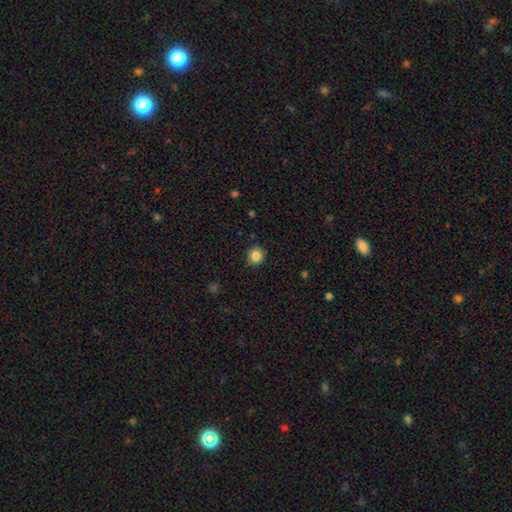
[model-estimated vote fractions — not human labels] Morphology: type=smooth (84%); roundness=round (90%); merging=none (89%).